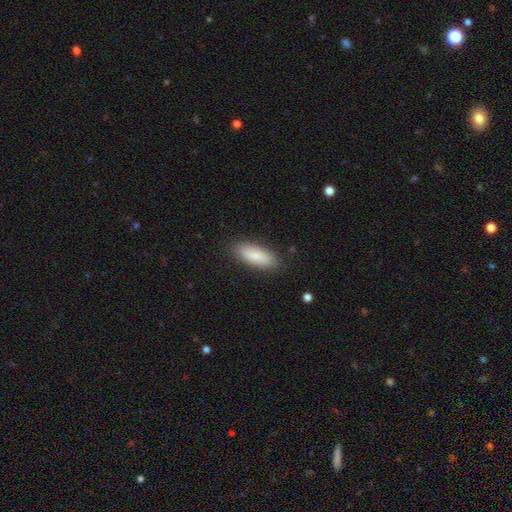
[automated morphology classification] Q: Smooth or featured?
A: smooth (84%); runner-up: featured or disk (9%)
Q: How rounded?
A: in between (67%); runner-up: cigar-shaped (31%)
Q: Merging?
A: none (87%); runner-up: minor disturbance (10%)